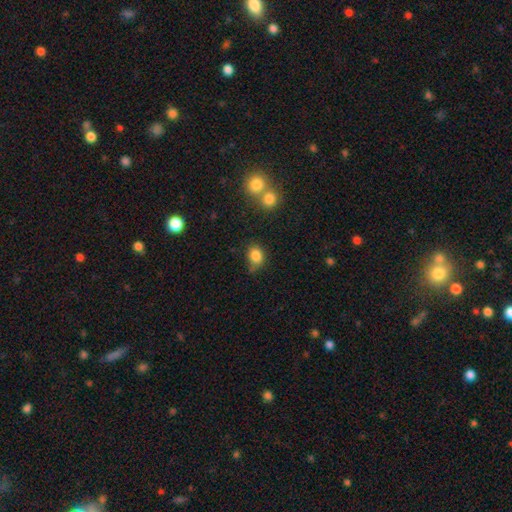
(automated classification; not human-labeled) Overall: smooth (84%). How rounded: in between (50%; round 49%). Merging: none (61%; minor disturbance 25%).